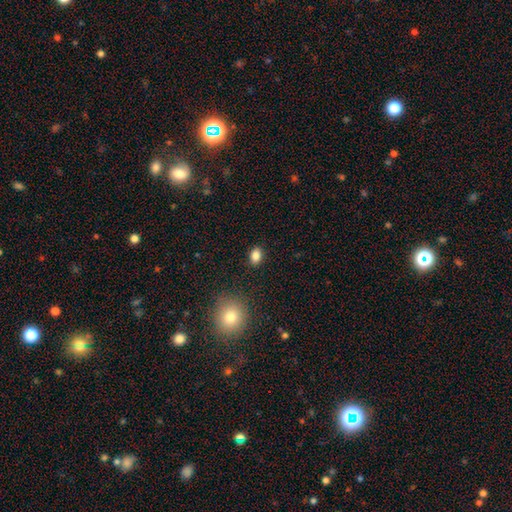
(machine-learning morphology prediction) smooth-or-featured: smooth: 84% | star or artifact: 11% | featured or disk: 5%
  how-rounded: in between: 72% | round: 27% | cigar-shaped: 1%
  merging: none: 88% | minor disturbance: 9% | major disturbance: 2% | merger: 2%